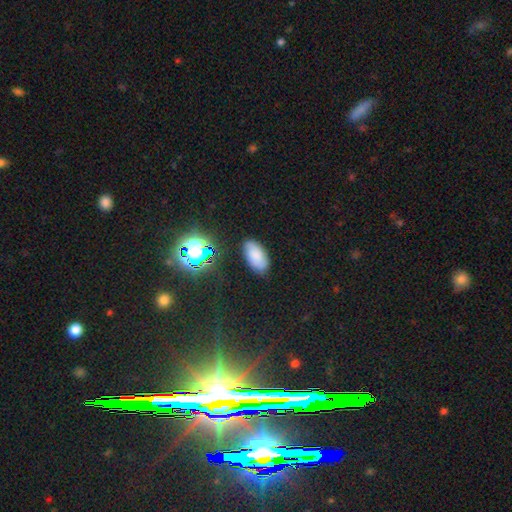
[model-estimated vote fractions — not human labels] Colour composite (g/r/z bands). It shows a smooth galaxy with no disk features (77%) that is in between round and cigar-shaped (93%). Merging: none (82%).